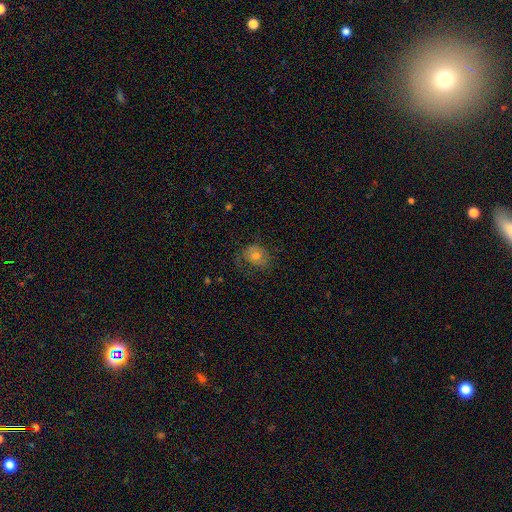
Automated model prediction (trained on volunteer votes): This is possibly a smooth galaxy (58%). How rounded: possibly round (56%). Merging: possibly none (57%).